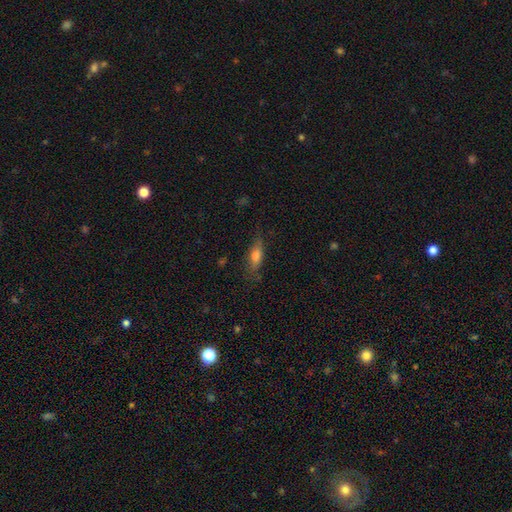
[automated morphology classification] This is likely a smooth galaxy (69%). How rounded: possibly in between (58%). Merging: likely none (73%).